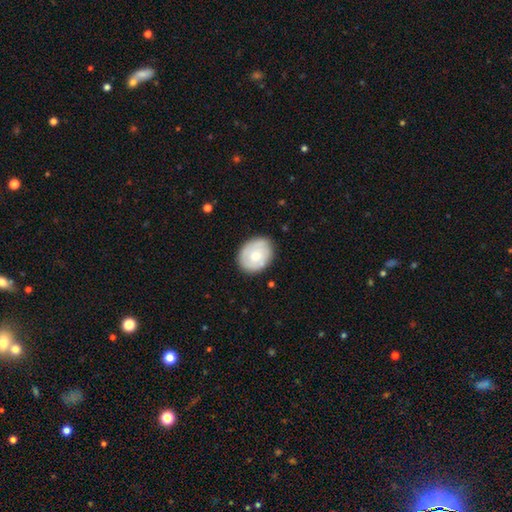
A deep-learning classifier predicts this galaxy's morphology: Overall: smooth (56%; featured or disk 38%). How rounded: round (51%; in between 49%). Merging: none (80%).